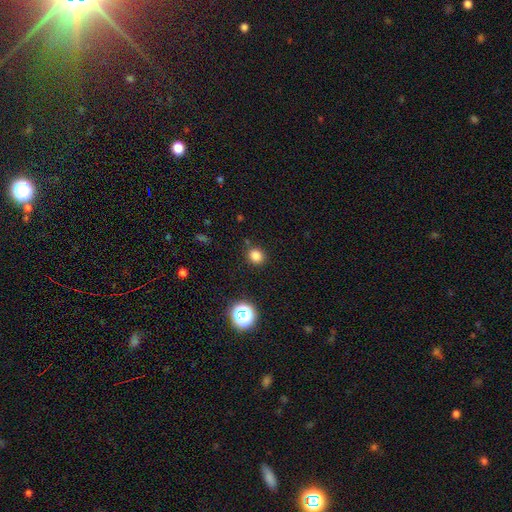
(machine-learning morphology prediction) Smooth or featured?
  - smooth: 80% *
  - star or artifact: 15%
  - featured or disk: 5%
How rounded?
  - round: 80% *
  - in between: 19%
  - cigar-shaped: 1%
Merging?
  - none: 87% *
  - minor disturbance: 8%
  - major disturbance: 3%
  - merger: 2%